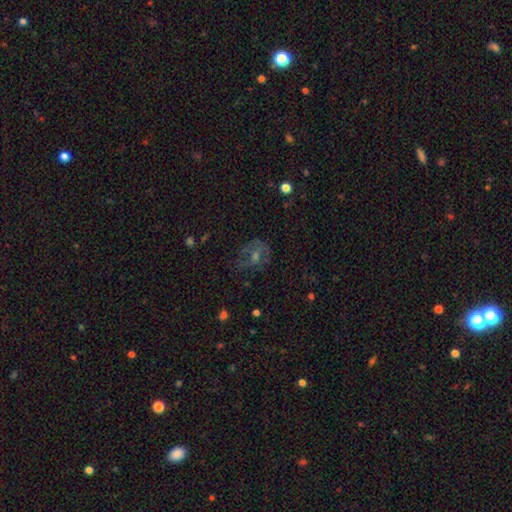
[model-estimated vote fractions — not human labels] Overall: featured or disk (52%; smooth 26%). Edge-on disk: no (96%). Bar: no (63%; weak 30%). Spiral arms: yes (59%; no 41%). Bulge size: moderate (52%; small 37%). Merging: none (58%; minor disturbance 20%).